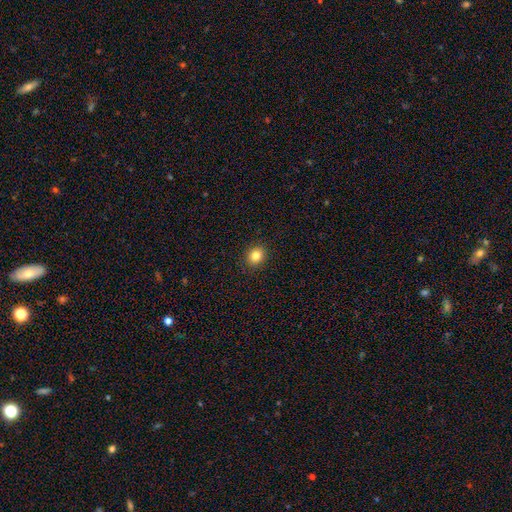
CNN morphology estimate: This appears to be a smooth galaxy with no disk features (82%) that is round (72%). Merging: none (91%).